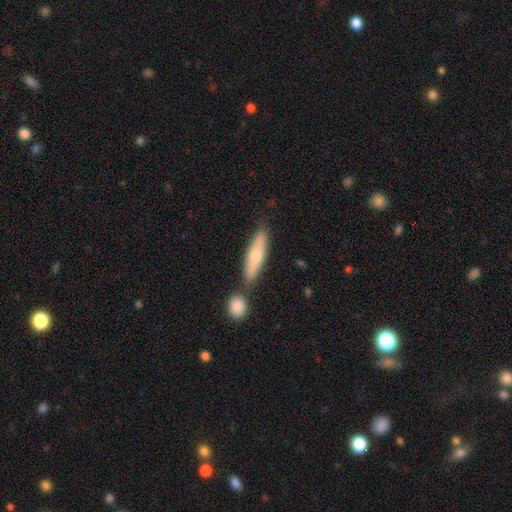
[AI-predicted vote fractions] smooth_or_featured: smooth (p=0.63) [alt: featured or disk p=0.31]
how_rounded: cigar-shaped (p=0.70) [alt: in between p=0.28]
merging: none (p=0.63) [alt: merger p=0.20]